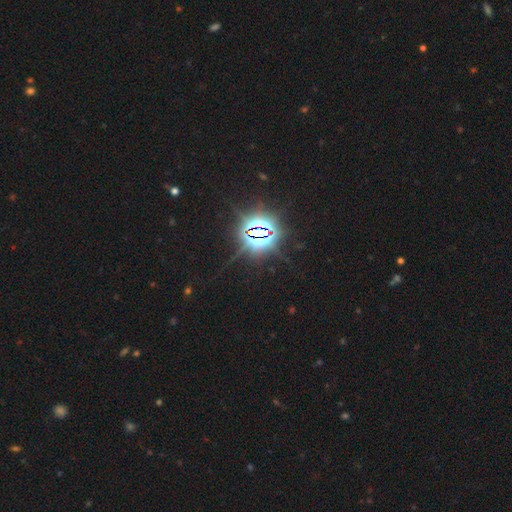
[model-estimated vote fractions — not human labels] Q: Smooth or featured?
A: star or artifact (85%); runner-up: smooth (9%)